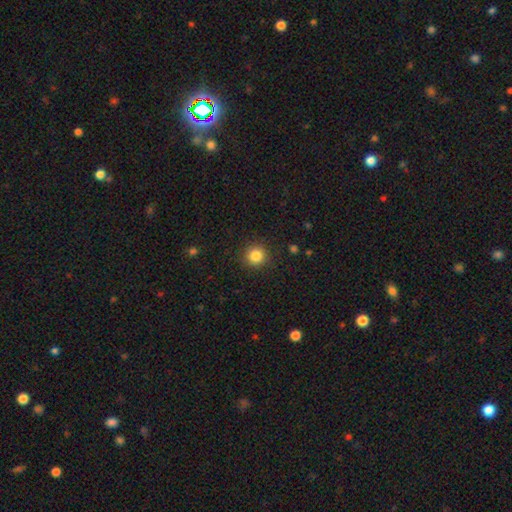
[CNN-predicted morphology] A smooth galaxy with no disk features (84%) that is round (94%). Merging: none (91%).